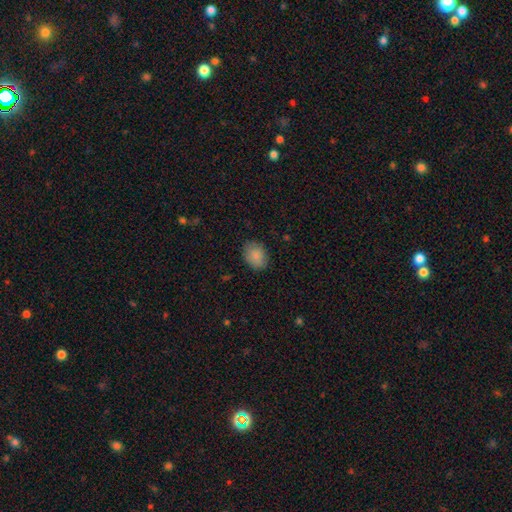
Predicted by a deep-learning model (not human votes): This is clearly a smooth galaxy (88%). How rounded: likely in between (67%). Merging: clearly none (84%).